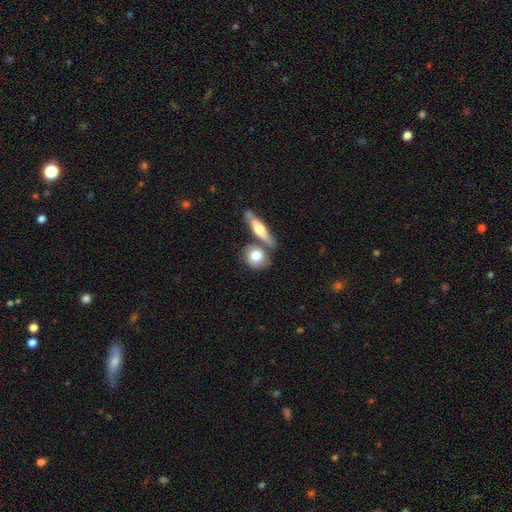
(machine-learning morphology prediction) A smooth galaxy with no disk features (73%) that is round (66%). Merging: none (57%).